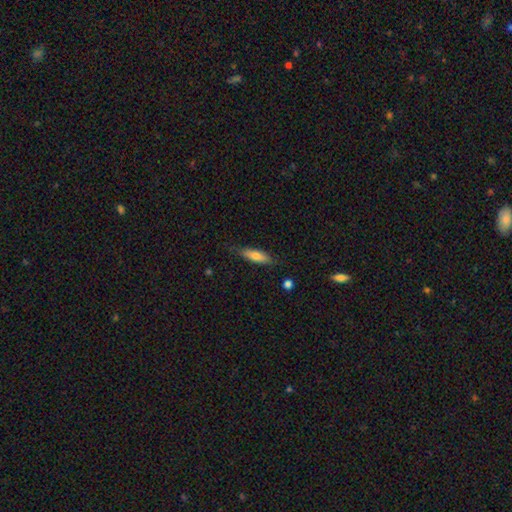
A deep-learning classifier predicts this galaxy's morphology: The model was most divided on "how rounded": cigar-shaped: 53%, in between: 45%, round: 2%. More confident: merging — none (79%); smooth or featured — smooth (70%).